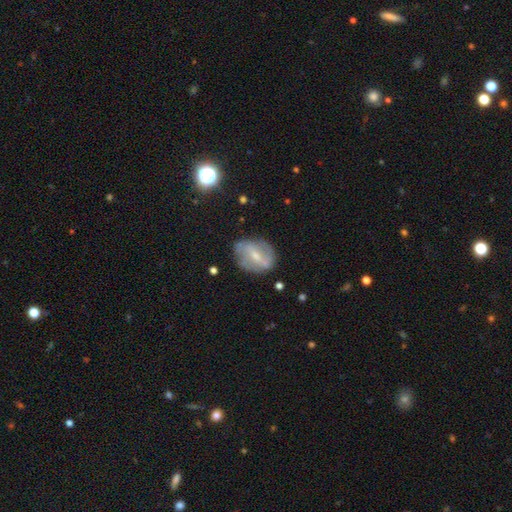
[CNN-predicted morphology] This appears to be a featured or disk galaxy (61%) with a weak bar (47%), spiral arms (58%) and a small central bulge (52%). Merging: none (69%).